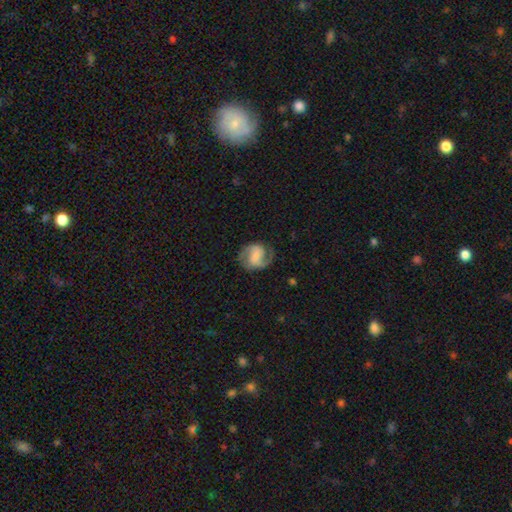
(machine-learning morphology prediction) This appears to be a featured or disk galaxy (75%) with a weak bar (44%), 2 (85%) medium (51%) spiral arms (95%) and a small central bulge (31%). Merging: none (73%).